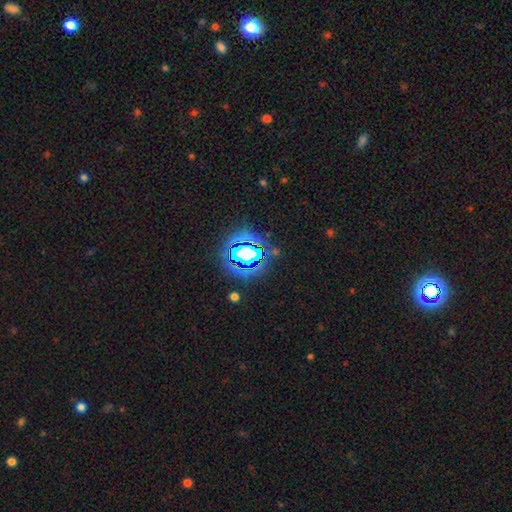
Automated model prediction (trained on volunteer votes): star or artifact 75%, smooth 15%, featured or disk 10%.